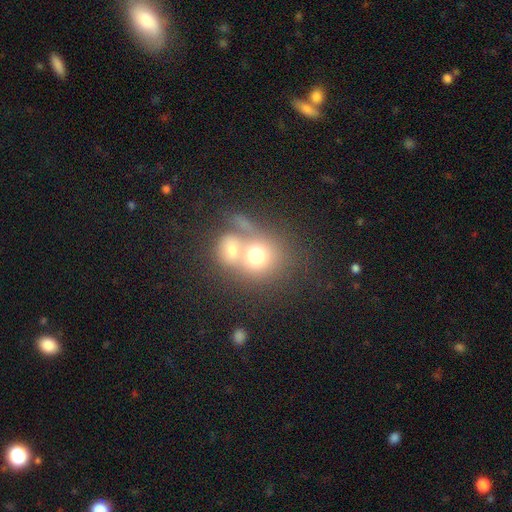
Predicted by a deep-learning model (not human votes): smooth-or-featured: smooth: 66% | featured or disk: 23% | star or artifact: 11%
  how-rounded: round: 73% | in between: 26% | cigar-shaped: 1%
  merging: merger: 66% | none: 20% | major disturbance: 7% | minor disturbance: 6%